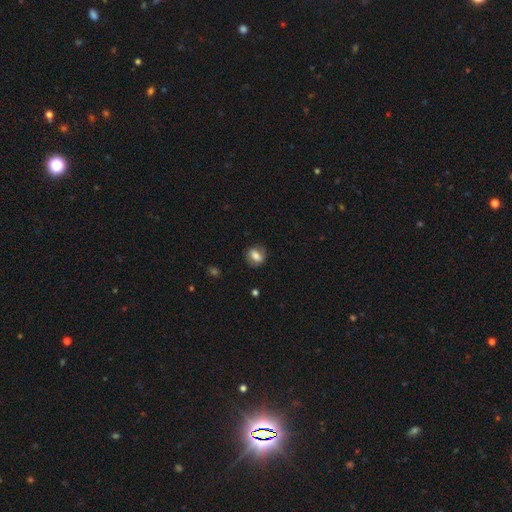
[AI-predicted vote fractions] smooth 63%, featured or disk 29%, star or artifact 9%. Down the decision tree: how rounded — in between (50%); merging — none (77%).